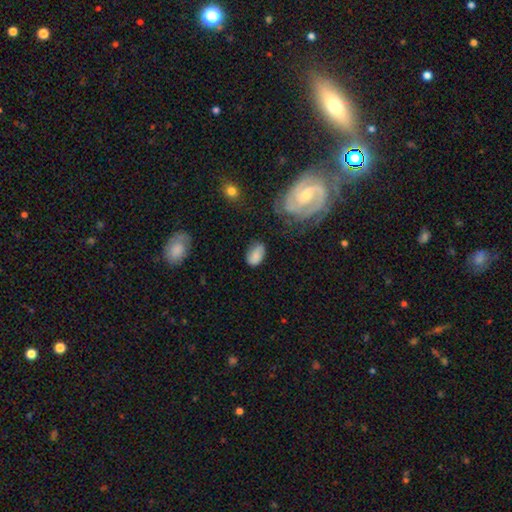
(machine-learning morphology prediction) A smooth galaxy with no disk features (78%) that is in between round and cigar-shaped (89%).

Vote fractions:
- Smooth or featured? smooth: 78% / featured or disk: 13% / star or artifact: 9%
- How rounded? in between: 89% / round: 9% / cigar-shaped: 2%
- Merging? none: 64% / minor disturbance: 25% / major disturbance: 7% / merger: 3%